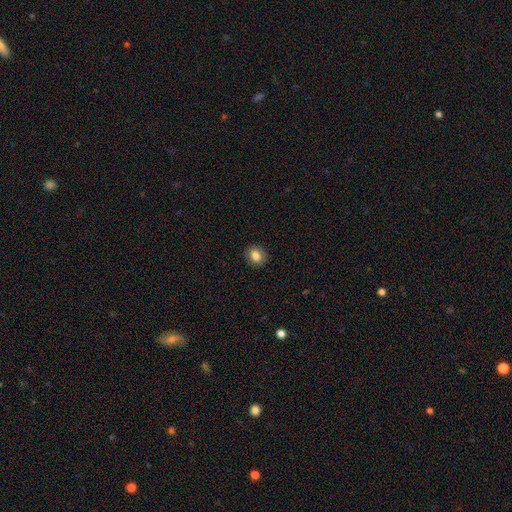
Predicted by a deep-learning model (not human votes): Morphology: type=smooth (83%); roundness=round (59%); merging=none (89%).